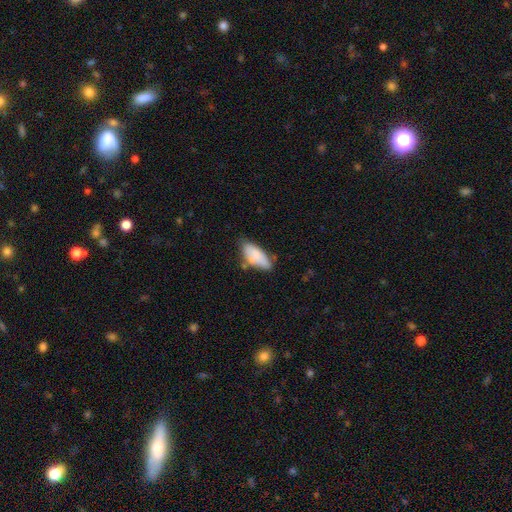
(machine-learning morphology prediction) smooth-or-featured: smooth: 82% | featured or disk: 12% | star or artifact: 7%
  how-rounded: in between: 84% | cigar-shaped: 14% | round: 2%
  merging: none: 56% | minor disturbance: 30% | merger: 7% | major disturbance: 7%